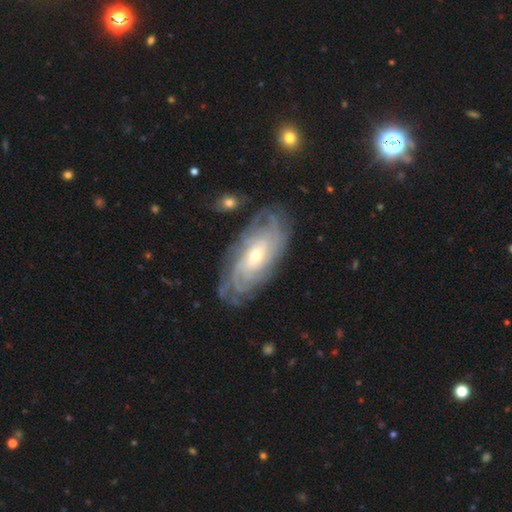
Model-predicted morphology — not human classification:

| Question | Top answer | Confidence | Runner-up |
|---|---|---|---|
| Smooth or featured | featured or disk | 85% | smooth (10%) |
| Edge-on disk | no | 92% | yes (8%) |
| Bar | no | 62% | weak (29%) |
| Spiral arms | yes | 95% | no (5%) |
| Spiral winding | tight | 76% | medium (19%) |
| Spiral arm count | can't tell | 42% | 4 (20%) |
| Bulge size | moderate | 48% | small (47%) |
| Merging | none | 78% | minor disturbance (15%) |